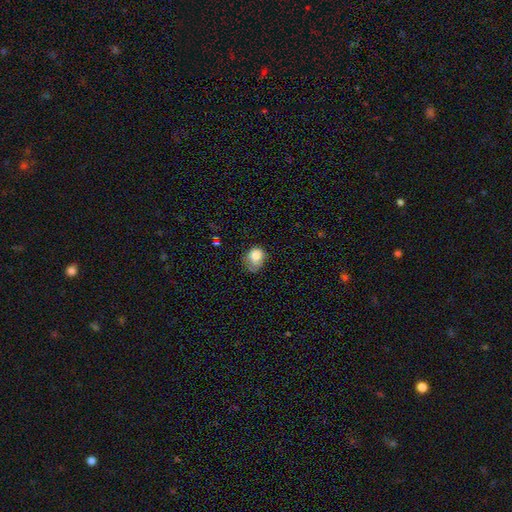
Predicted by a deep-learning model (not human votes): smooth_or_featured: smooth (p=0.81) [alt: featured or disk p=0.10]
how_rounded: round (p=0.52) [alt: in between p=0.47]
merging: minor disturbance (p=0.40) [alt: none p=0.39]